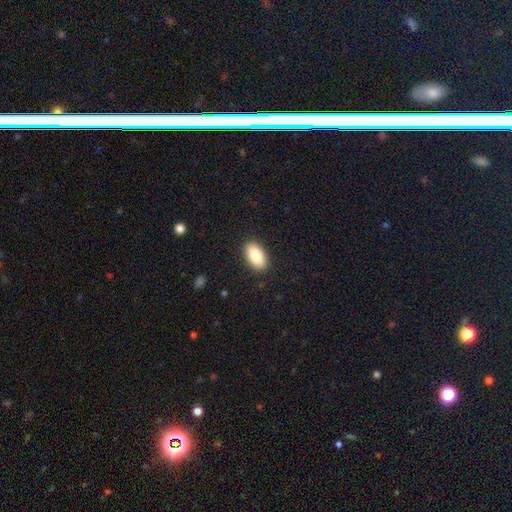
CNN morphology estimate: smooth-or-featured: smooth: 85% | featured or disk: 8% | star or artifact: 7%
  how-rounded: in between: 93% | cigar-shaped: 4% | round: 3%
  merging: none: 89% | minor disturbance: 8% | major disturbance: 2% | merger: 1%